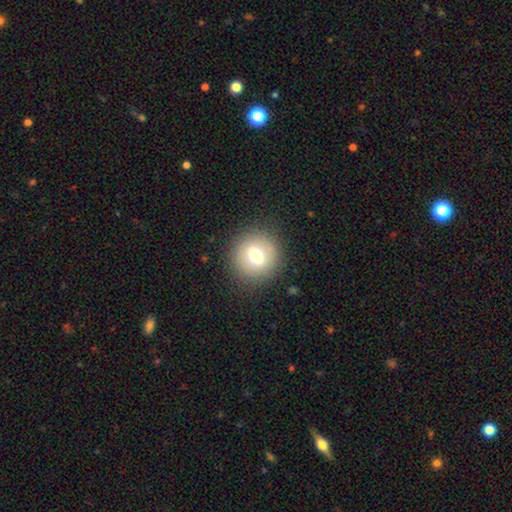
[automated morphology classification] smooth 67%, featured or disk 21%, star or artifact 11%. Down the decision tree: how rounded — round (88%); merging — none (87%).